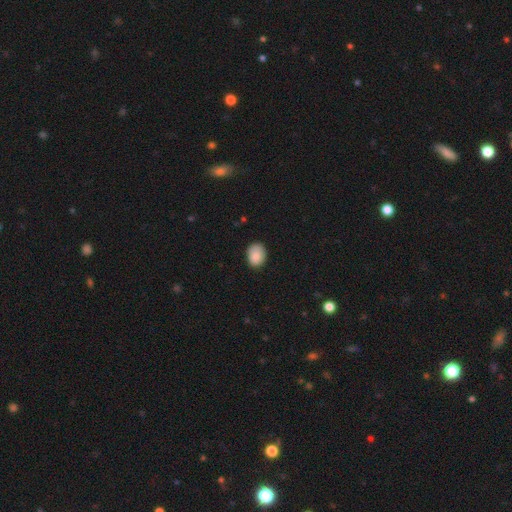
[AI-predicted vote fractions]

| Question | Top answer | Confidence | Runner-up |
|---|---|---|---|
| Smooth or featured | smooth | 87% | star or artifact (7%) |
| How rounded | in between | 68% | round (31%) |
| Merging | none | 79% | minor disturbance (17%) |